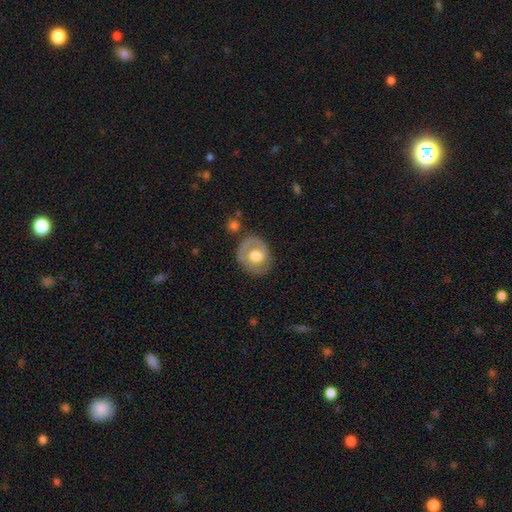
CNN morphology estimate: Smooth or featured? Predicted: featured or disk (p=0.49). Merging? Predicted: none (p=0.72).